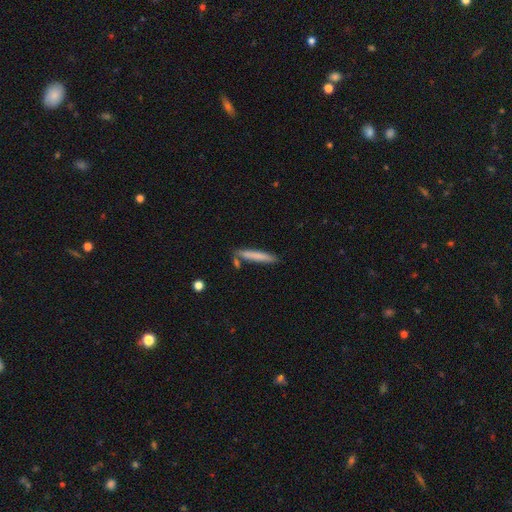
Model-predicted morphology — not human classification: type=smooth (76%); roundness=cigar-shaped (94%); merging=none (80%).